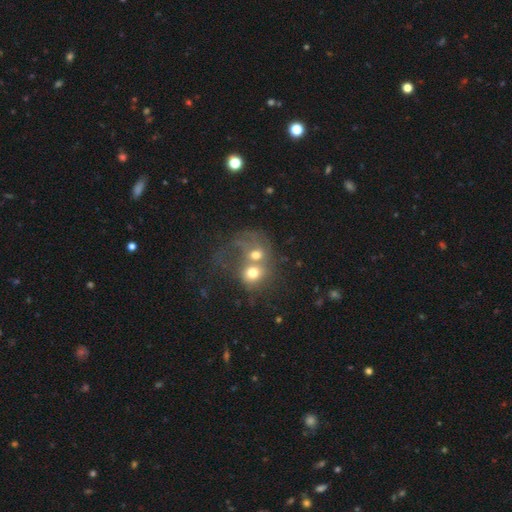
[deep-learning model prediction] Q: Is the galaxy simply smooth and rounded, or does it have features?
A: smooth — 50%.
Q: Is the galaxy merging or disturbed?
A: merger — 73%.